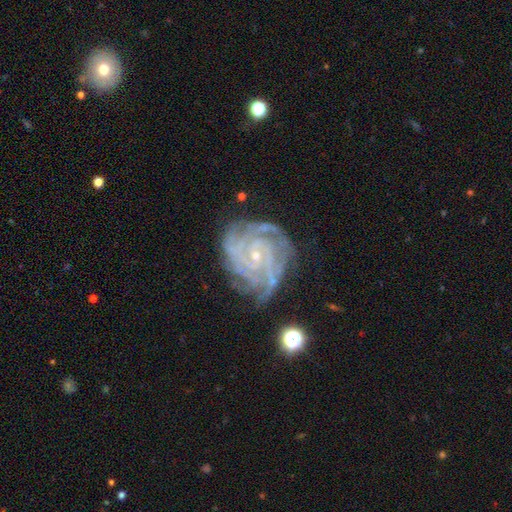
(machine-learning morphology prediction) smooth_or_featured: featured or disk (p=0.89) [alt: star or artifact p=0.07]
disk_edge_on: no (p=0.98) [alt: yes p=0.02]
bar: no (p=0.66) [alt: weak p=0.24]
has_spiral_arms: yes (p=0.98) [alt: no p=0.02]
spiral_winding: tight (p=0.78) [alt: medium p=0.19]
spiral_arm_count: 4 (p=0.33) [alt: 3 p=0.21]
bulge_size: small (p=0.84) [alt: moderate p=0.12]
merging: none (p=0.70) [alt: minor disturbance p=0.20]